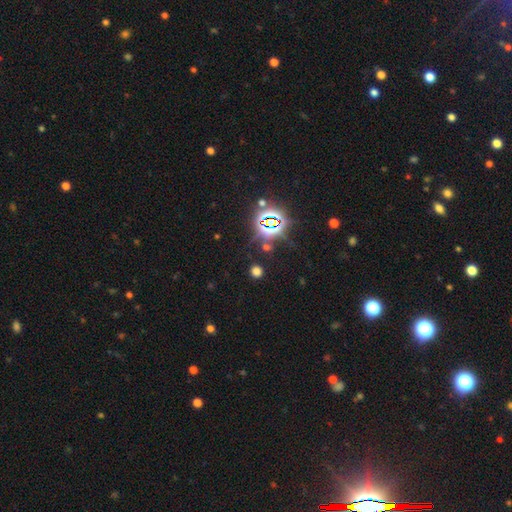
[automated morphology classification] Smooth or featured? Predicted: star or artifact (p=0.75).